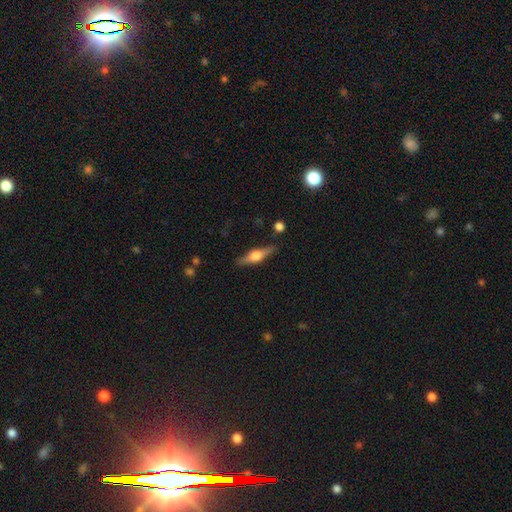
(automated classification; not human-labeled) featured or disk 66%, smooth 28%, star or artifact 6%. Down the decision tree: edge-on disk — yes (96%); edge-on bulge — rounded (91%); merging — none (86%).